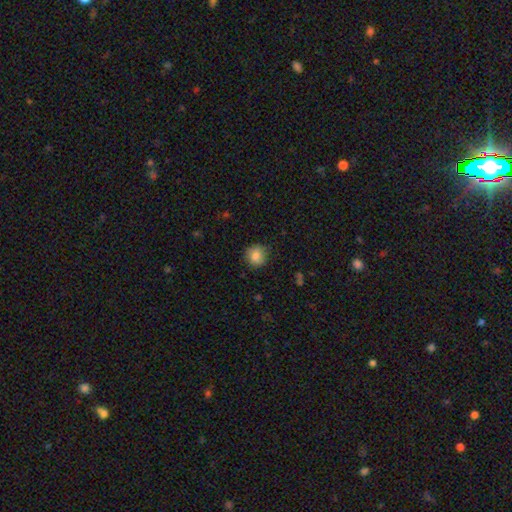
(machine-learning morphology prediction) Smooth or featured? smooth (83%)
How rounded? round (85%)
Merging? none (82%)